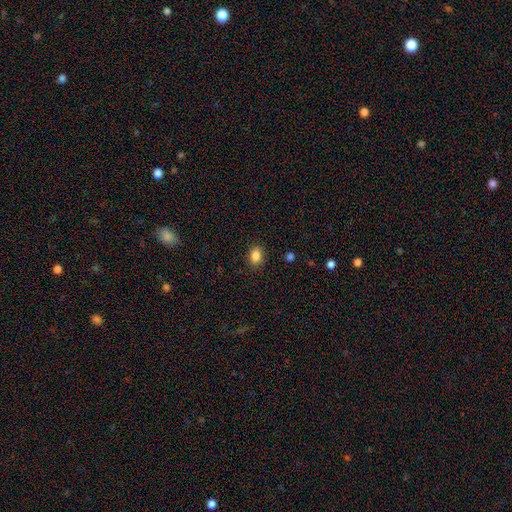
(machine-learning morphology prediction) Smooth or featured? smooth (86%)
How rounded? in between (72%)
Merging? none (88%)